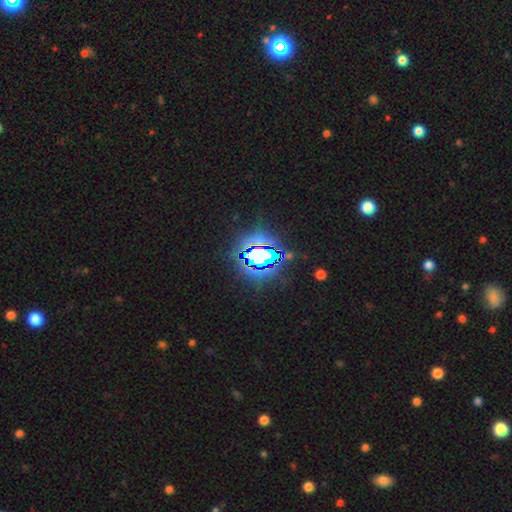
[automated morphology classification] A star or artifact, not a galaxy (73%).